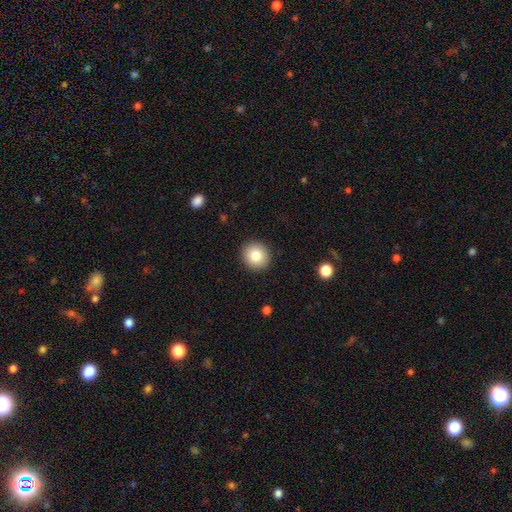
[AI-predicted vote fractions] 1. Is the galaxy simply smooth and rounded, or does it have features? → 82% smooth, 9% featured or disk, 9% star or artifact.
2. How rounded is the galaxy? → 90% round, 9% in between, 1% cigar-shaped.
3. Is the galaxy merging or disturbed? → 91% none, 6% minor disturbance, 2% major disturbance, 1% merger.